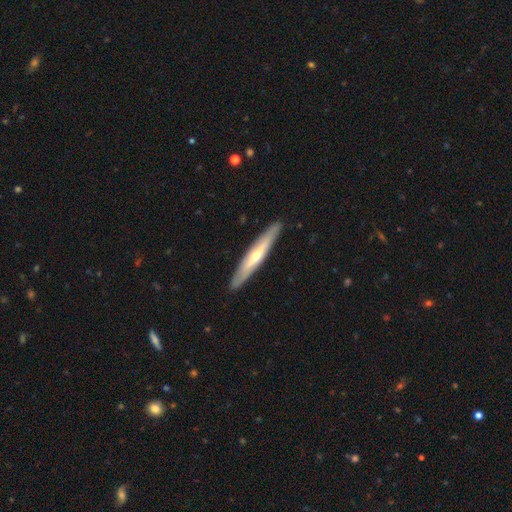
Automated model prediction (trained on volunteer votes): This is likely a featured or disk galaxy (61%). It is clearly viewed edge-on (88%). Edge-on bulge: likely rounded (77%). Merging: clearly none (90%).